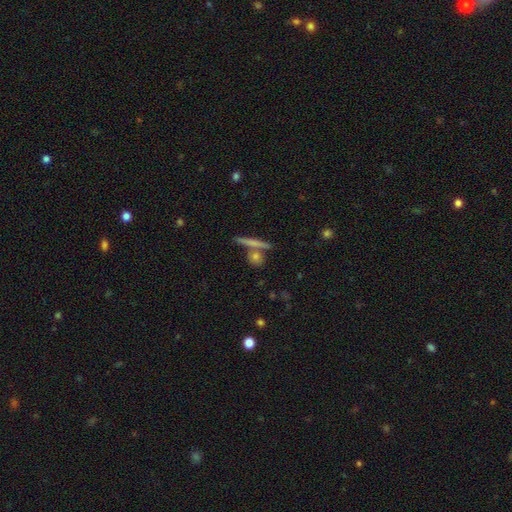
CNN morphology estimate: This is possibly a smooth galaxy (54%). How rounded: possibly cigar-shaped (50%). Merging: likely none (72%).